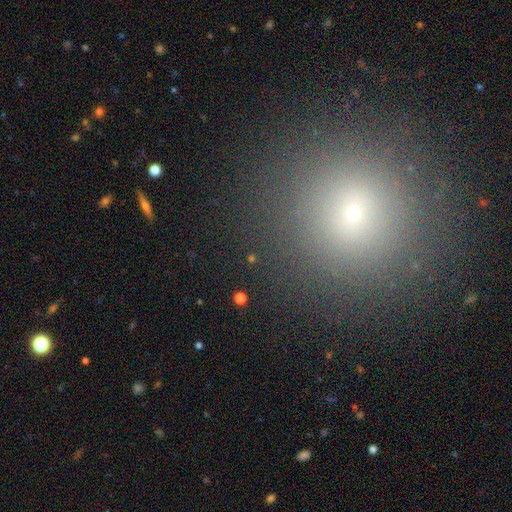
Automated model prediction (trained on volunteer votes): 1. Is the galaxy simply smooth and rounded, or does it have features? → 62% smooth, 29% star or artifact, 8% featured or disk.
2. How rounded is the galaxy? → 93% round, 6% in between, 1% cigar-shaped.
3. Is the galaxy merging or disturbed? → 91% none, 5% minor disturbance, 2% major disturbance, 2% merger.